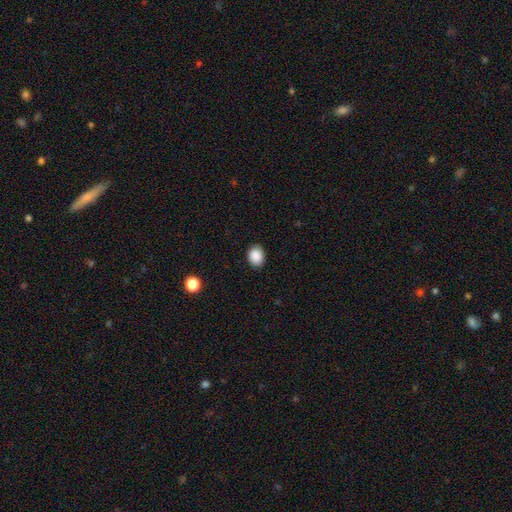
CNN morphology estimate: Smooth or featured?
  - smooth: 89% *
  - star or artifact: 8%
  - featured or disk: 3%
How rounded?
  - in between: 51% *
  - round: 48%
  - cigar-shaped: 1%
Merging?
  - none: 87% *
  - minor disturbance: 10%
  - major disturbance: 2%
  - merger: 1%